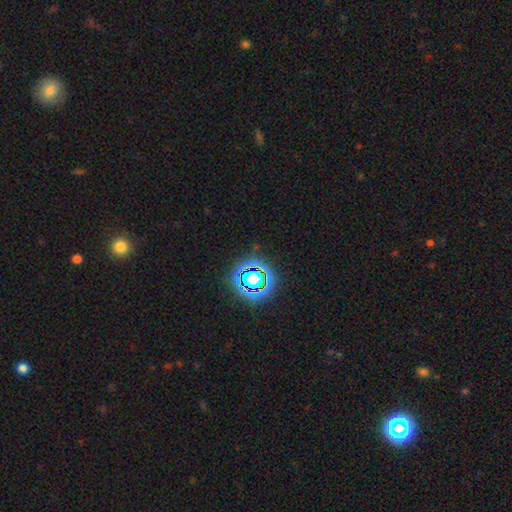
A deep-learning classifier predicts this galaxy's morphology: This is likely a star or artifact rather than a galaxy (74%).